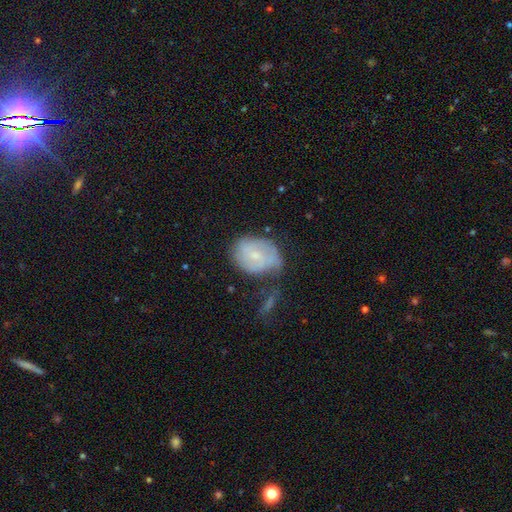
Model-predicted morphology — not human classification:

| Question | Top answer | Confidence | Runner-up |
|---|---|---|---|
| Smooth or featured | featured or disk | 51% | smooth (41%) |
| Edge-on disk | no | 96% | yes (4%) |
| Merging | none | 47% | minor disturbance (28%) |